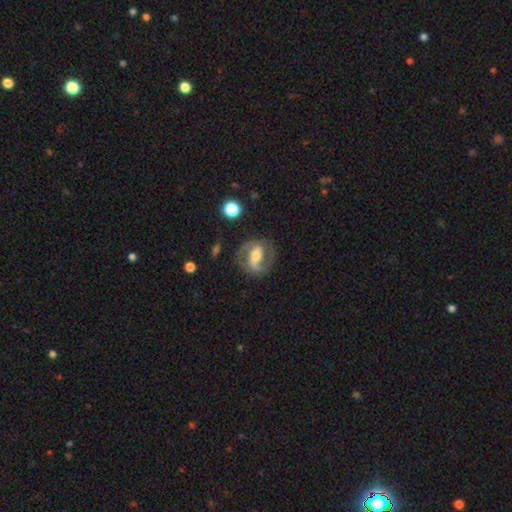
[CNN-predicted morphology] A featured or disk galaxy (84%) with a strong bar (51%), 2 (90%) medium (54%) spiral arms (93%) and a moderate central bulge (64%). Merging: none (80%).